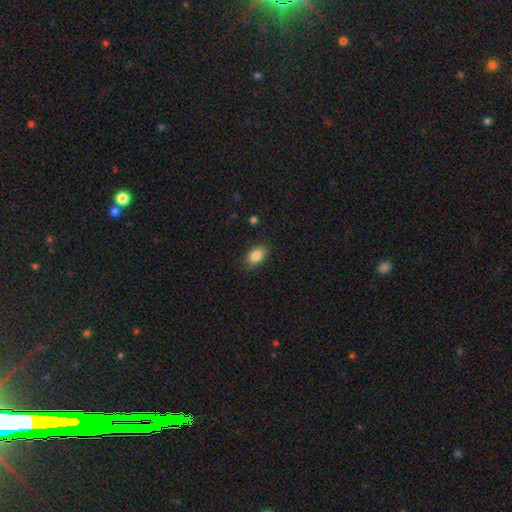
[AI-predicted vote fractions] Smooth or featured? smooth (85%)
How rounded? in between (88%)
Merging? none (85%)